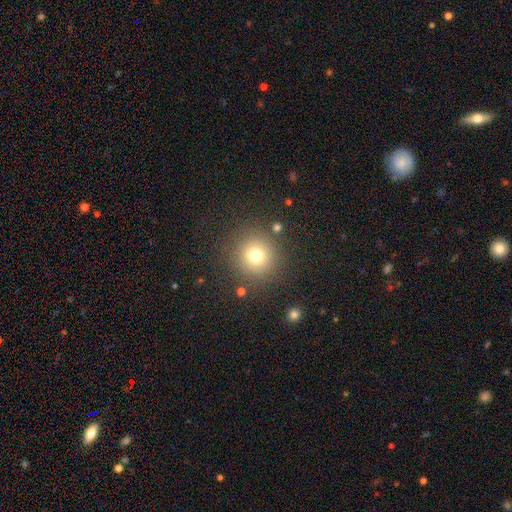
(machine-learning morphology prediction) Smooth or featured: smooth — 74% (star or artifact — 16%)
How rounded: round — 94% (in between — 5%)
Merging: none — 85% (minor disturbance — 8%)